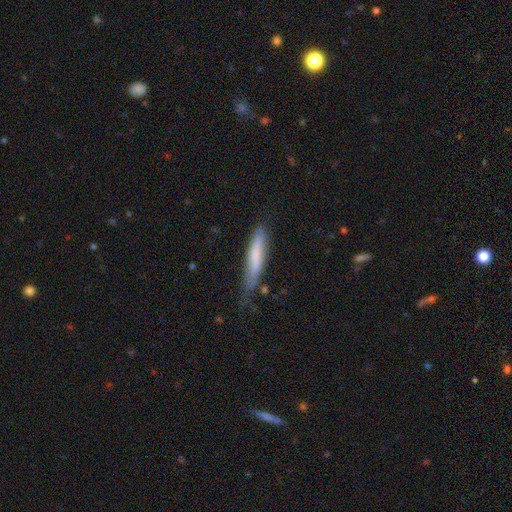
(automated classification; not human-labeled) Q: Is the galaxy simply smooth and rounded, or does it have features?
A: smooth — 68%.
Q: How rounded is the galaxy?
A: cigar-shaped — 90%.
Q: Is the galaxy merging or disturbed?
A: none — 61%.